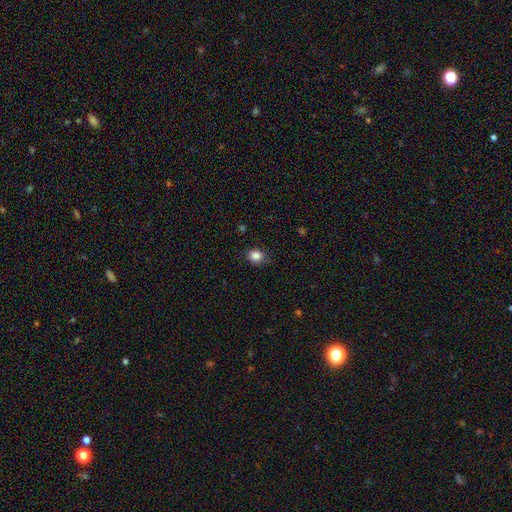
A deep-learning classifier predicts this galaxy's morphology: smooth-or-featured: smooth: 85% | star or artifact: 10% | featured or disk: 4%
  how-rounded: round: 58% | in between: 41% | cigar-shaped: 1%
  merging: none: 79% | minor disturbance: 16% | major disturbance: 4% | merger: 1%